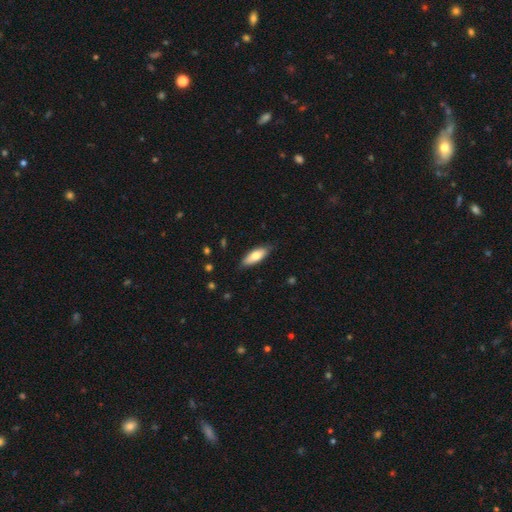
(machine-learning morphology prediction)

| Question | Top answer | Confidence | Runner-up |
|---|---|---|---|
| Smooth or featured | smooth | 71% | featured or disk (24%) |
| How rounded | in between | 67% | cigar-shaped (31%) |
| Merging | none | 83% | minor disturbance (14%) |